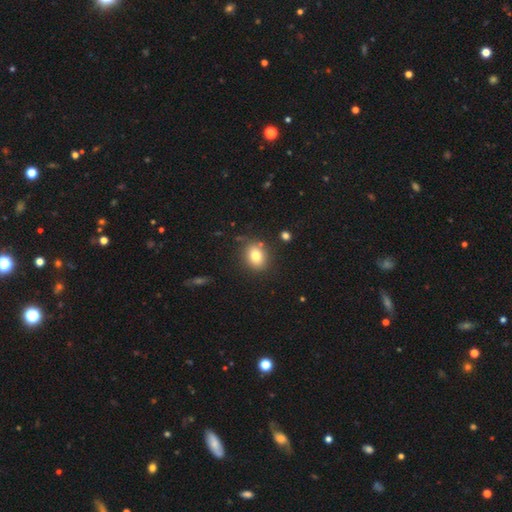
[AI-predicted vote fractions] The model was most divided on "how rounded": in between: 56%, round: 43%, cigar-shaped: 1%. More confident: merging — none (81%); smooth or featured — smooth (79%).